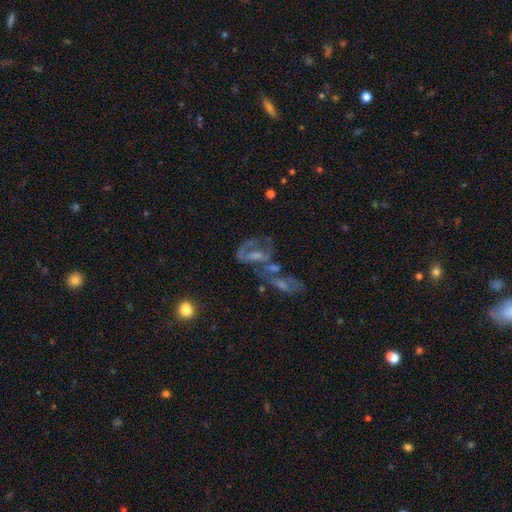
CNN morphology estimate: Q: Smooth or featured?
A: featured or disk (63%); runner-up: smooth (22%)
Q: Edge-on disk?
A: no (95%); runner-up: yes (5%)
Q: Bar?
A: no (54%); runner-up: weak (32%)
Q: Spiral arms?
A: yes (52%); runner-up: no (48%)
Q: Bulge size?
A: small (31%); tied with: none (31%); moderate (31%)
Q: Merging?
A: merger (49%); runner-up: none (21%)